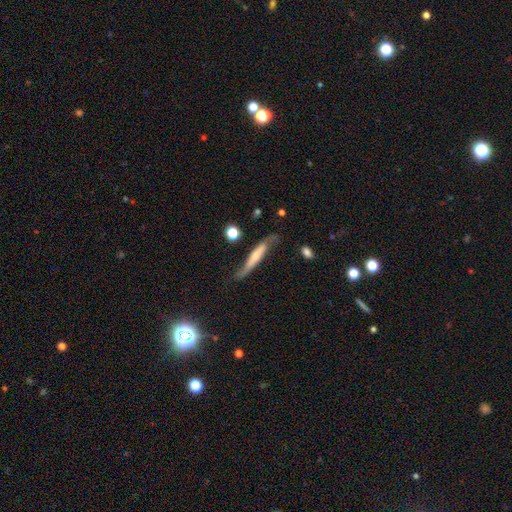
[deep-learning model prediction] Q: Smooth or featured?
A: featured or disk (49%); runner-up: smooth (44%)
Q: Merging?
A: none (52%); runner-up: minor disturbance (29%)